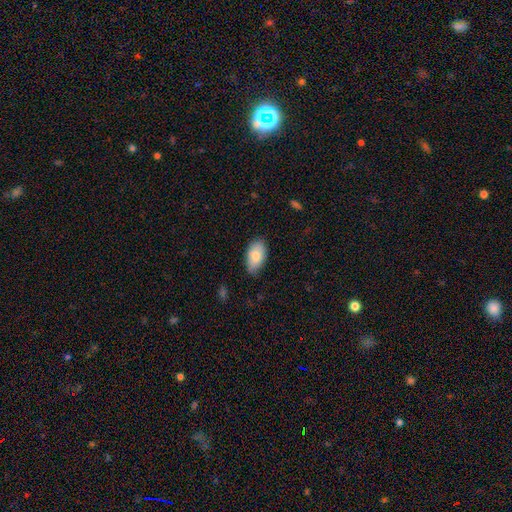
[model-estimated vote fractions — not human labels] This is clearly a smooth galaxy (83%). How rounded: clearly in between (94%). Merging: likely none (76%).